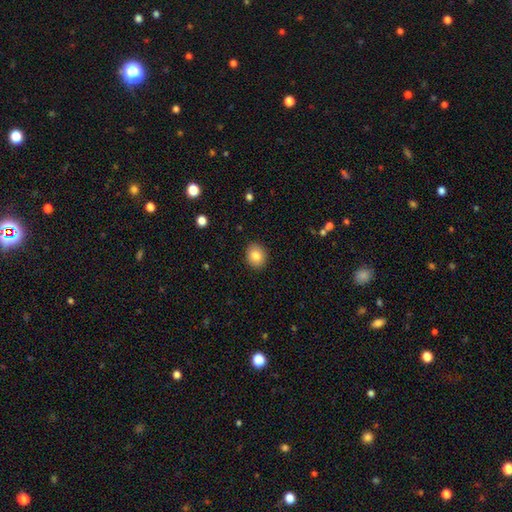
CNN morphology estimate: Smooth or featured? smooth (82%)
How rounded? round (66%)
Merging? none (90%)